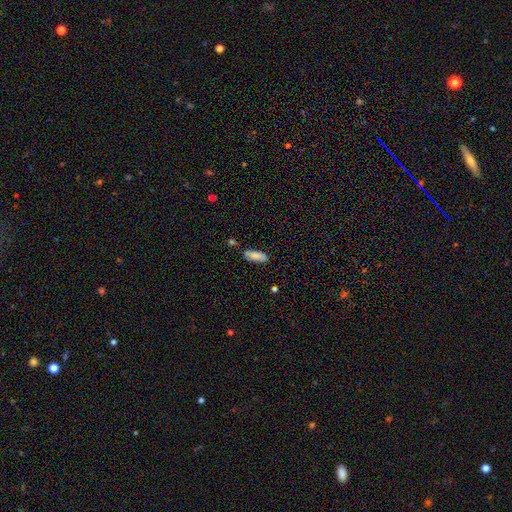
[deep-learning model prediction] A smooth galaxy with no disk features (81%) that is in between round and cigar-shaped (72%).

Vote fractions:
- Smooth or featured? smooth: 81% / featured or disk: 12% / star or artifact: 7%
- How rounded? in between: 72% / cigar-shaped: 26% / round: 2%
- Merging? none: 72% / minor disturbance: 18% / merger: 7% / major disturbance: 4%